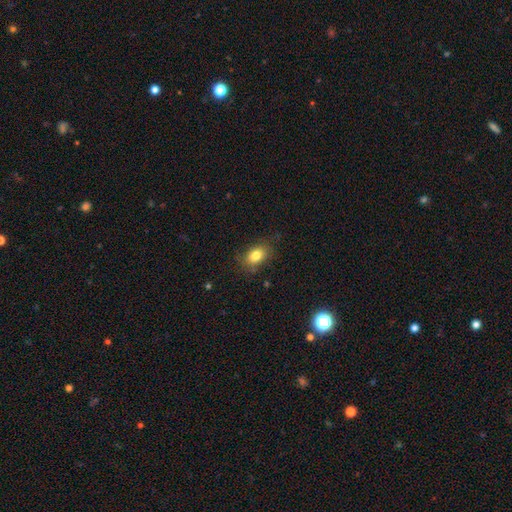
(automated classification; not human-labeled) A smooth galaxy with no disk features (82%) that is in between round and cigar-shaped (79%). Merging: none (79%).